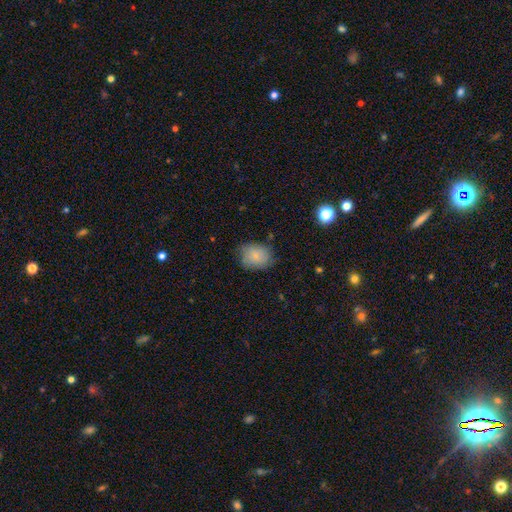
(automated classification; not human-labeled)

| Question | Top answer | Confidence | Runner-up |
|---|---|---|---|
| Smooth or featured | smooth | 75% | featured or disk (17%) |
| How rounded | in between | 50% | round (49%) |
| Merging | none | 69% | minor disturbance (24%) |